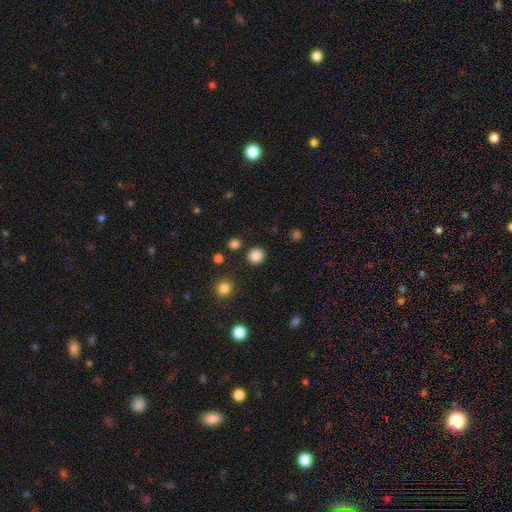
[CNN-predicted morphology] Overall: smooth (85%). How rounded: round (90%). Merging: none (89%).